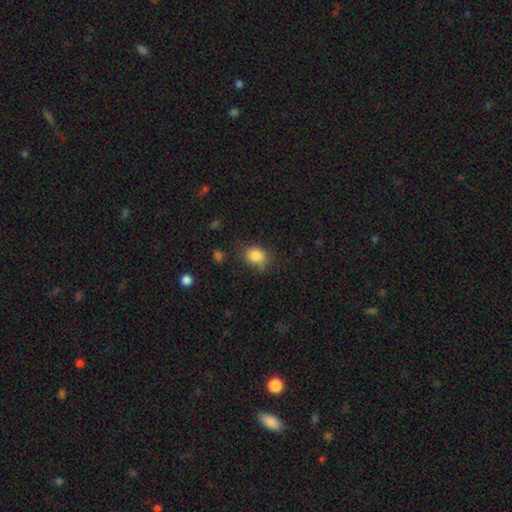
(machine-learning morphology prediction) smooth-or-featured: smooth: 83% | star or artifact: 10% | featured or disk: 7%
  how-rounded: round: 51% | in between: 48% | cigar-shaped: 1%
  merging: none: 64% | minor disturbance: 26% | major disturbance: 7% | merger: 3%